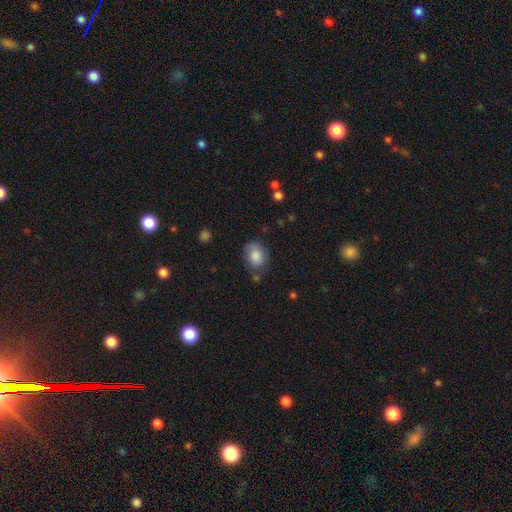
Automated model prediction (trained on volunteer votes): Smooth or featured: smooth — 84% (featured or disk — 9%)
How rounded: in between — 62% (round — 37%)
Merging: none — 62% (minor disturbance — 26%)